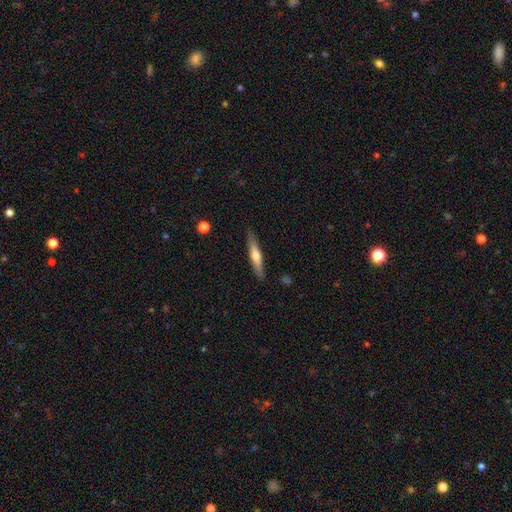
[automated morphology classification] A smooth galaxy with no disk features (47%, tied with featured or disk). Merging: none (87%).